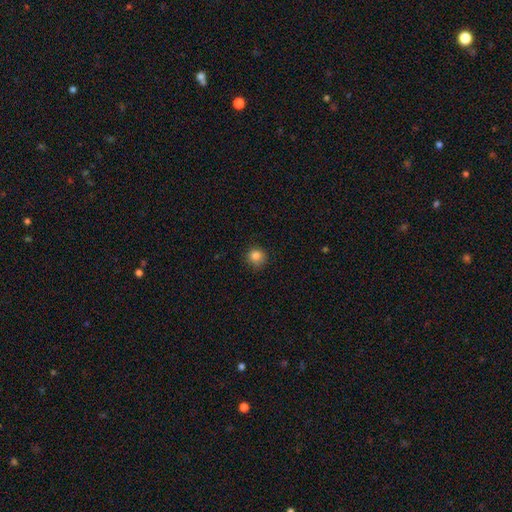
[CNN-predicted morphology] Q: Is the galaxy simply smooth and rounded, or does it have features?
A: smooth — 83%.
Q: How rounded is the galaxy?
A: round — 92%.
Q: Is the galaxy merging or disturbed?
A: none — 87%.